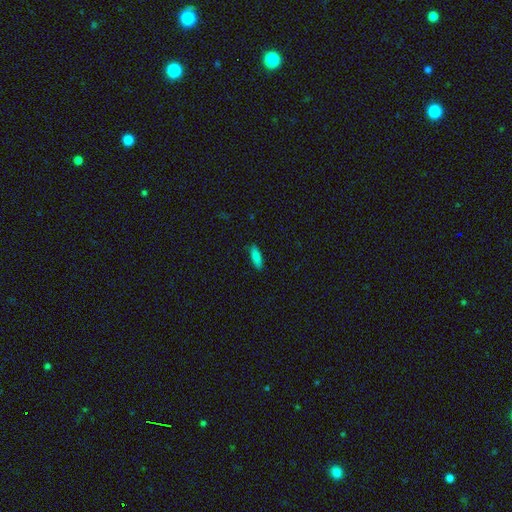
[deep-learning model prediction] smooth_or_featured: smooth (p=0.85) [alt: star or artifact p=0.08]
how_rounded: in between (p=0.57) [alt: cigar-shaped p=0.41]
merging: none (p=0.86) [alt: minor disturbance p=0.11]